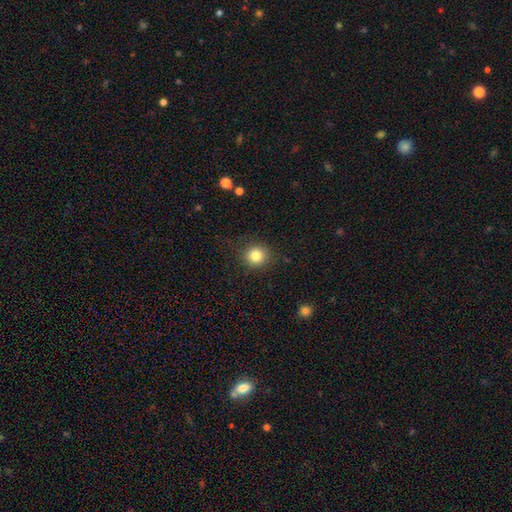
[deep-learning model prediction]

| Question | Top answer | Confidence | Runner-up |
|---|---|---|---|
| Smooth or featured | smooth | 83% | star or artifact (11%) |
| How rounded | round | 88% | in between (11%) |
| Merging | none | 87% | minor disturbance (9%) |